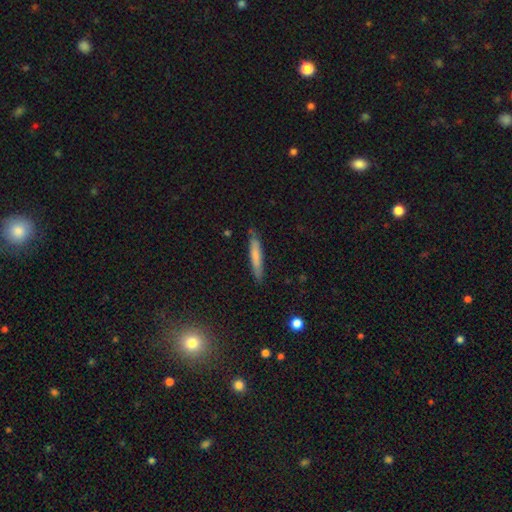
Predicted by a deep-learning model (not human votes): A smooth galaxy with no disk features (70%) that is cigar-shaped (93%).

Vote fractions:
- Smooth or featured? smooth: 70% / featured or disk: 23% / star or artifact: 7%
- How rounded? cigar-shaped: 93% / in between: 6% / round: 1%
- Merging? none: 84% / minor disturbance: 12% / major disturbance: 2% / merger: 2%